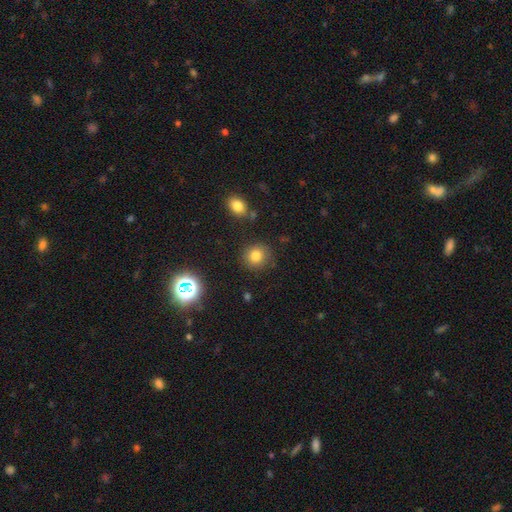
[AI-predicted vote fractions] A smooth galaxy with no disk features (80%) that is round (88%). Merging: none (85%).